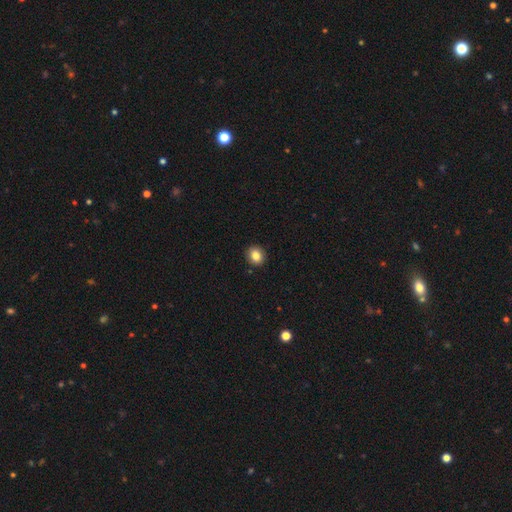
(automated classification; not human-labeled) Morphology: type=smooth (85%); roundness=round (75%); merging=none (91%).